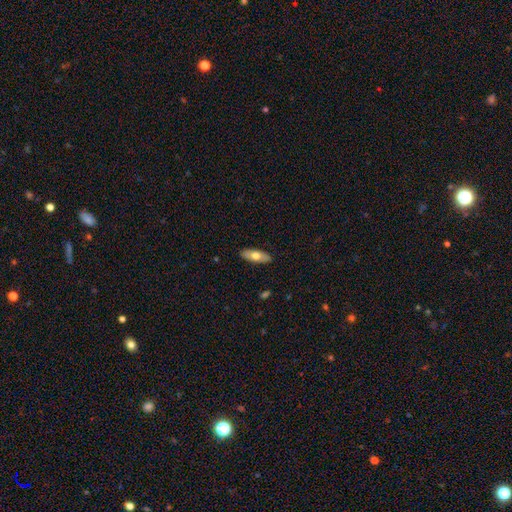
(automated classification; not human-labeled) Q: Smooth or featured?
A: smooth (62%); runner-up: featured or disk (32%)
Q: How rounded?
A: in between (74%); runner-up: cigar-shaped (23%)
Q: Merging?
A: none (88%); runner-up: minor disturbance (9%)